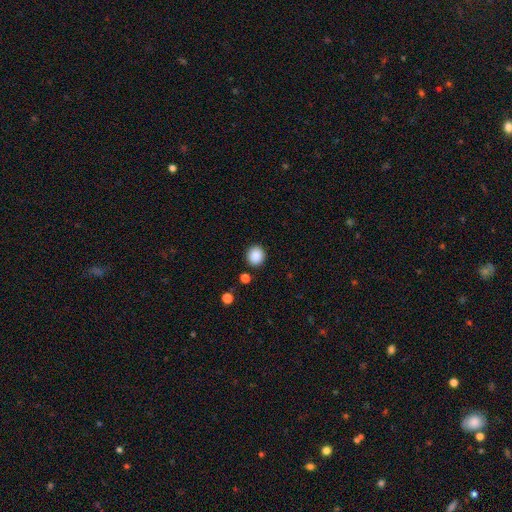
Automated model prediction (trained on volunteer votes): Smooth or featured?
  - smooth: 88% *
  - star or artifact: 9%
  - featured or disk: 3%
How rounded?
  - round: 86% *
  - in between: 13%
  - cigar-shaped: 1%
Merging?
  - none: 89% *
  - minor disturbance: 6%
  - merger: 2%
  - major disturbance: 2%